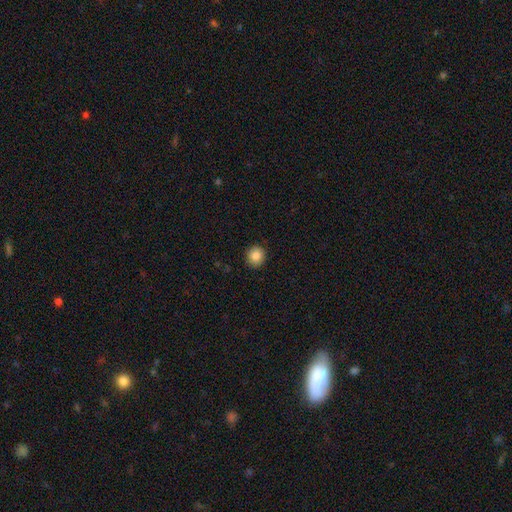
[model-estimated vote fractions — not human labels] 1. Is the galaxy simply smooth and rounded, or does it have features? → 84% smooth, 9% star or artifact, 7% featured or disk.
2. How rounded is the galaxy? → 87% round, 12% in between, 1% cigar-shaped.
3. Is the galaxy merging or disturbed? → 91% none, 6% minor disturbance, 2% major disturbance, 1% merger.